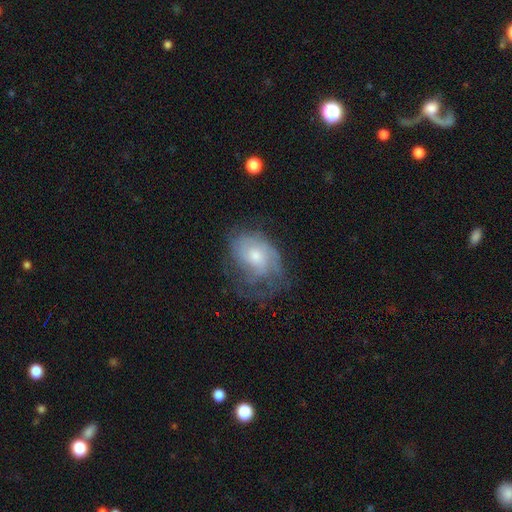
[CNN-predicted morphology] featured or disk 66%, smooth 26%, star or artifact 8%. Down the decision tree: edge-on disk — no (97%); bar — no (75%); spiral arms — yes (80%); spiral arm count — can't tell (50%); spiral winding — tight (49%); bulge size — moderate (51%); merging — none (47%).